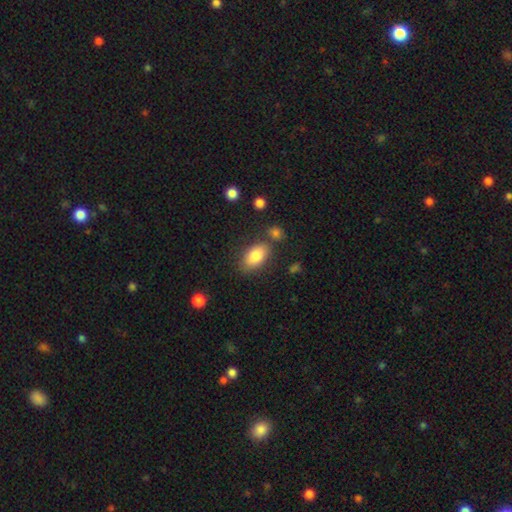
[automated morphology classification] The model was most divided on "merging": none: 75%, minor disturbance: 13%, merger: 8%, major disturbance: 4%. More confident: how rounded — in between (91%); smooth or featured — smooth (83%).